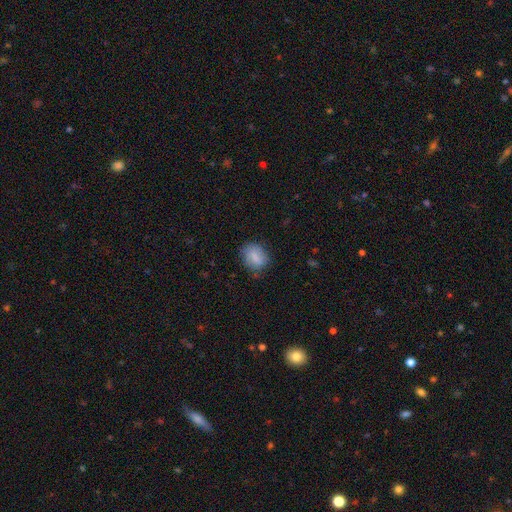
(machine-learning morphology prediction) smooth-or-featured: smooth: 77% | featured or disk: 15% | star or artifact: 8%
  how-rounded: in between: 60% | round: 38% | cigar-shaped: 2%
  merging: none: 74% | minor disturbance: 20% | major disturbance: 6% | merger: 1%